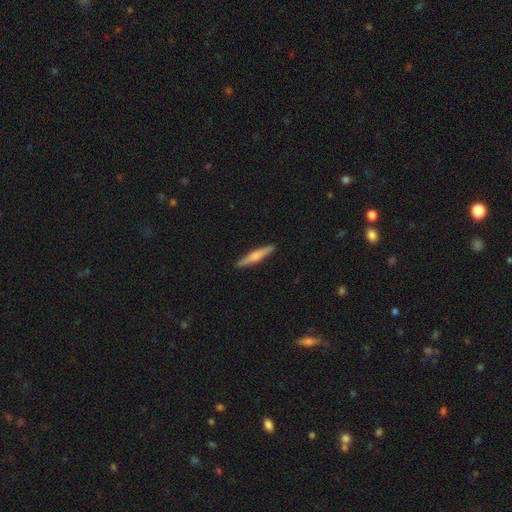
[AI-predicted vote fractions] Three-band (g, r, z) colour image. It shows a smooth galaxy with no disk features (53%) that is cigar-shaped (91%). Merging: none (91%).